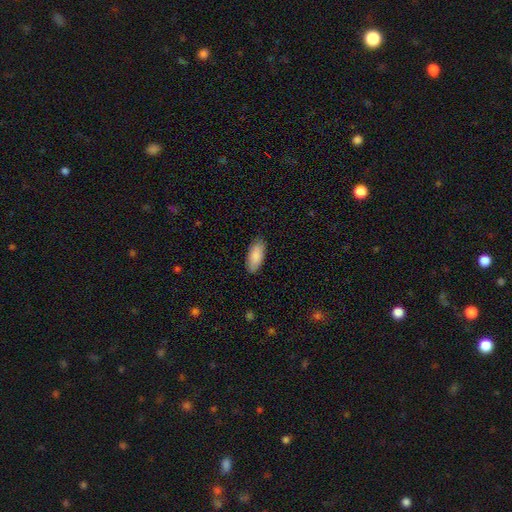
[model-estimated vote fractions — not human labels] Smooth or featured? smooth (88%)
How rounded? in between (87%)
Merging? none (87%)